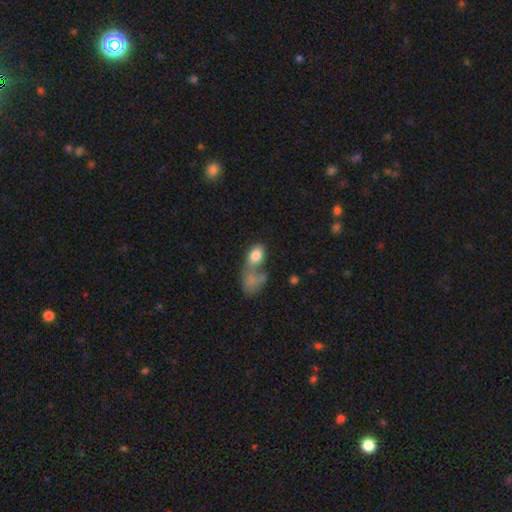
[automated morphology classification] Smooth or featured? Predicted: smooth (p=0.79). How rounded? Predicted: in between (p=0.81). Merging? Predicted: merger (p=0.50).